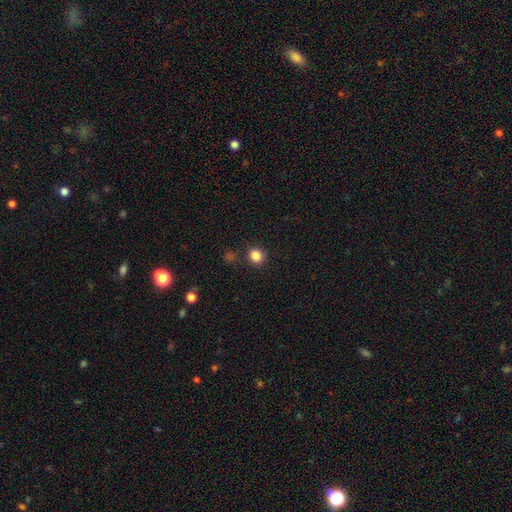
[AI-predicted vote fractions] Q: Smooth or featured?
A: smooth (85%); runner-up: star or artifact (11%)
Q: How rounded?
A: round (78%); runner-up: in between (22%)
Q: Merging?
A: none (83%); runner-up: minor disturbance (10%)